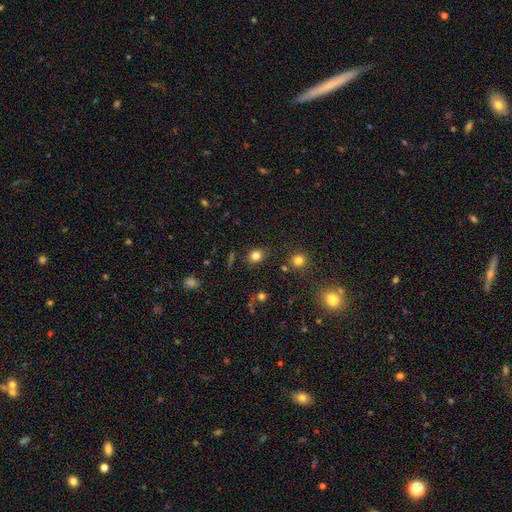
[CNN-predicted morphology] This appears to be a smooth galaxy with no disk features (81%) that is round (62%). Merging: none (82%).